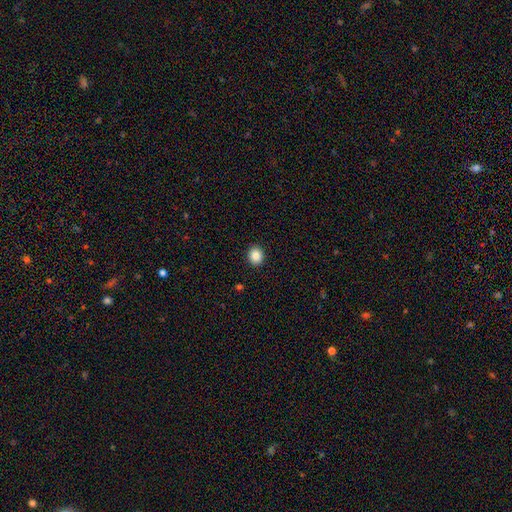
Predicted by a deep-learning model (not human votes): smooth 86%, star or artifact 9%, featured or disk 5%. Down the decision tree: how rounded — round (69%); merging — none (92%).